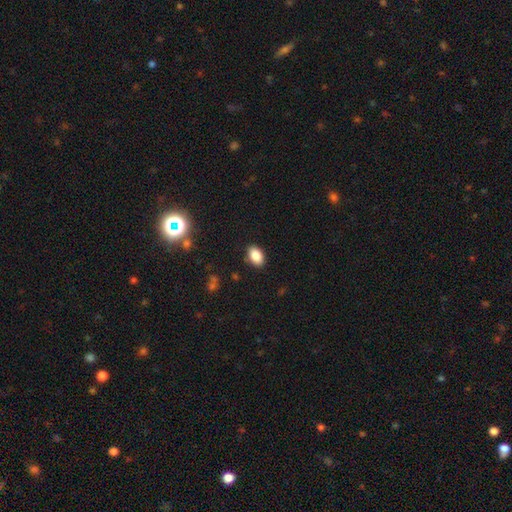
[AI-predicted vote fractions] Overall: smooth (87%). How rounded: in between (88%). Merging: none (88%).